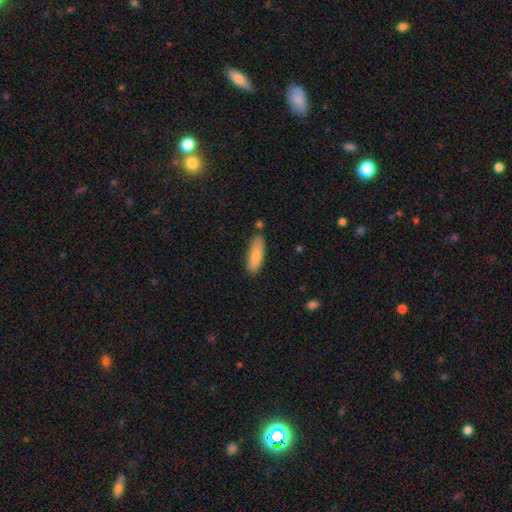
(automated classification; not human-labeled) Smooth or featured? smooth (78%)
How rounded? in between (53%)
Merging? none (79%)